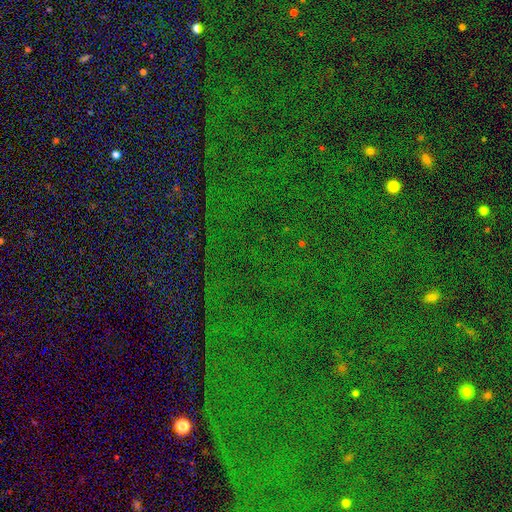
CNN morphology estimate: The model was most divided on "smooth or featured": star or artifact: 84%, smooth: 9%, featured or disk: 7%.